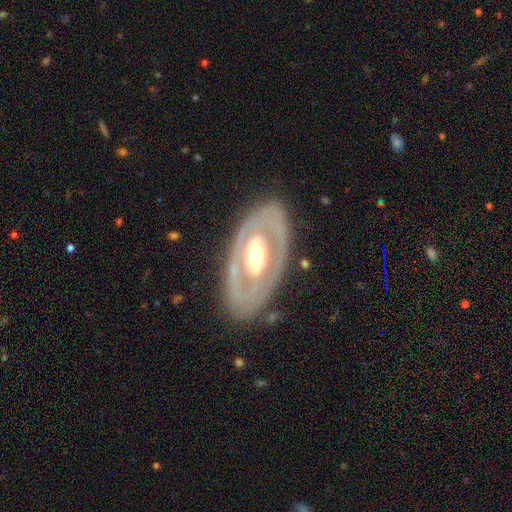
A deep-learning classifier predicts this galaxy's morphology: The model was most divided on "spiral arms": no: 62%, yes: 38%. More confident: edge-on disk — no (90%); merging — none (80%); smooth or featured — featured or disk (78%); bulge size — moderate (68%); bar — no (60%).